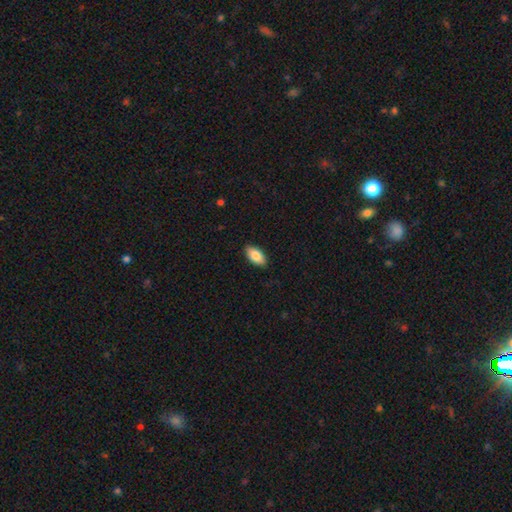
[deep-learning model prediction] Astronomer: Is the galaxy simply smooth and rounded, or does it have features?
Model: smooth — 84%.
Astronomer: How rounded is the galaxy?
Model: in between — 93%.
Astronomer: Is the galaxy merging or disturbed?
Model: none — 89%.